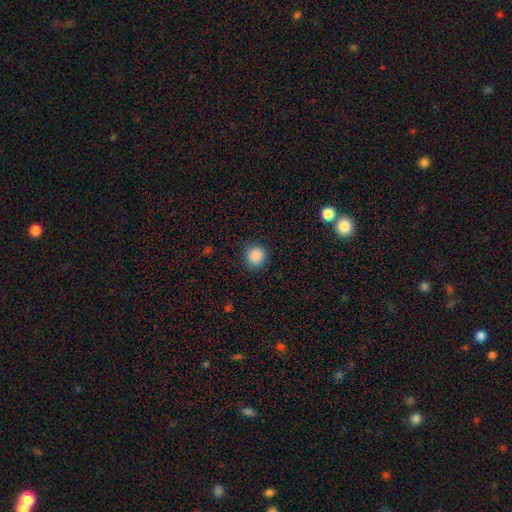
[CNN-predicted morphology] Smooth or featured? Predicted: smooth (p=0.87). How rounded? Predicted: round (p=0.93). Merging? Predicted: none (p=0.88).